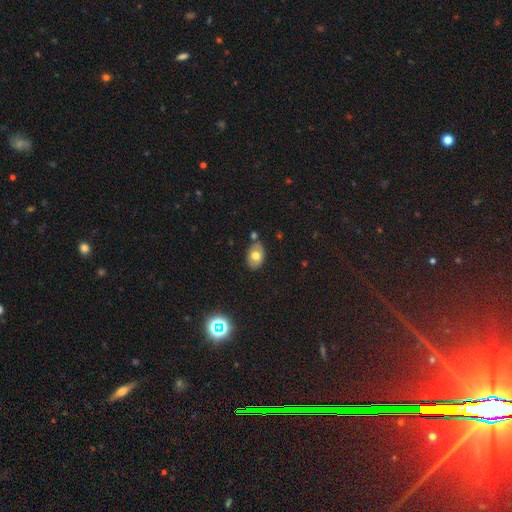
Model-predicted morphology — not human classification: This is likely a smooth galaxy (69%). How rounded: clearly in between (81%). Merging: likely none (75%).